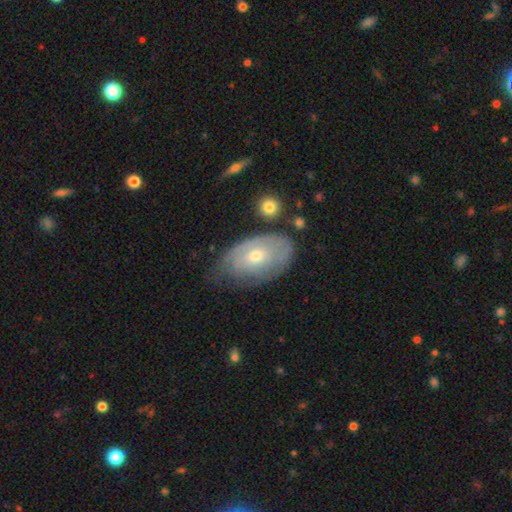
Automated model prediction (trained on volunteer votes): Smooth or featured? Predicted: featured or disk (p=0.61). Edge-on disk? Predicted: no (p=0.92). Bar? Predicted: no (p=0.77). Spiral arms? Predicted: yes (p=0.67). Bulge size? Predicted: moderate (p=0.51). Merging? Predicted: none (p=0.57).